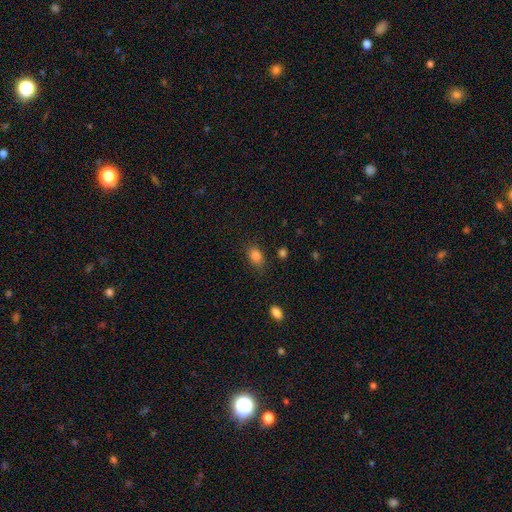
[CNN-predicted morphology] smooth 83%, star or artifact 11%, featured or disk 6%. Down the decision tree: how rounded — in between (78%); merging — none (73%).